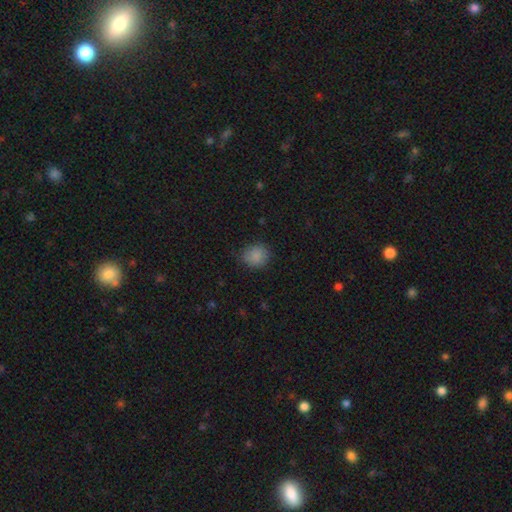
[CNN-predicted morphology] Smooth or featured? Predicted: smooth (p=0.86). How rounded? Predicted: round (p=0.75). Merging? Predicted: none (p=0.77).